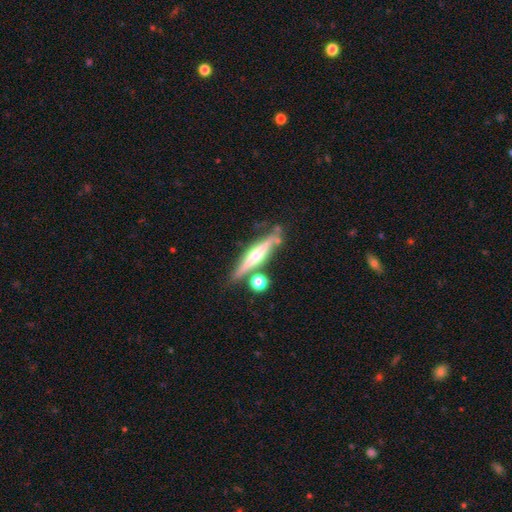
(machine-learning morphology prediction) Q: Smooth or featured?
A: featured or disk (72%); runner-up: smooth (22%)
Q: Edge-on disk?
A: yes (96%); runner-up: no (4%)
Q: Edge-on bulge?
A: rounded (90%); runner-up: none (5%)
Q: Merging?
A: none (75%); runner-up: minor disturbance (12%)